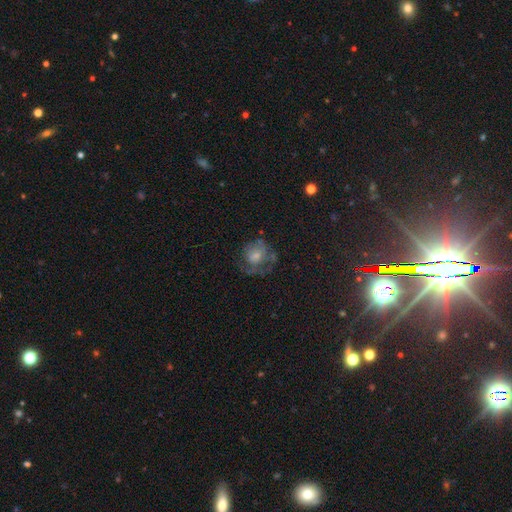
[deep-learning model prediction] Smooth or featured? featured or disk (46%)
Merging? none (57%)